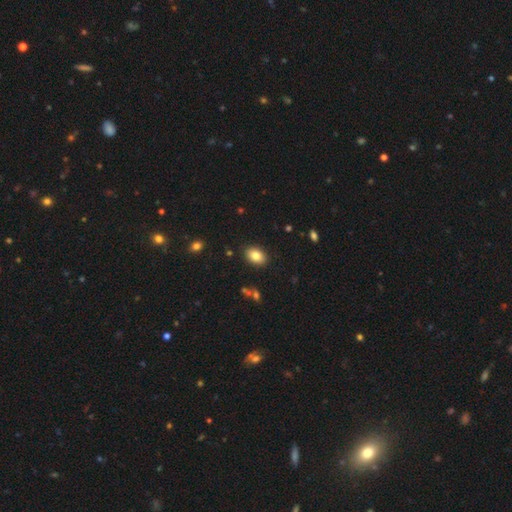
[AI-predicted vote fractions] A smooth galaxy with no disk features (82%) that is in between round and cigar-shaped (85%). Merging: none (88%).